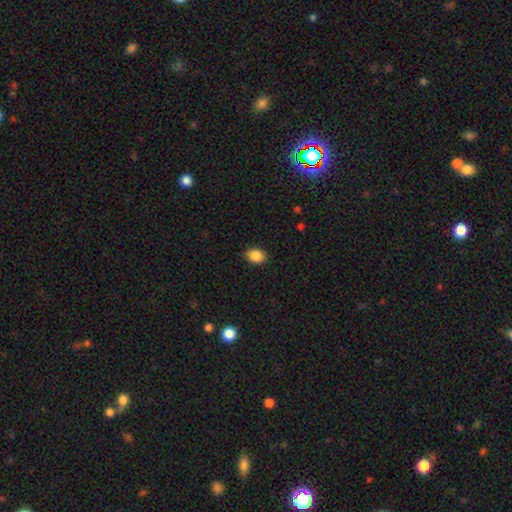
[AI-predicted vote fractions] Smooth or featured? Predicted: smooth (p=0.87). How rounded? Predicted: in between (p=0.61). Merging? Predicted: none (p=0.86).